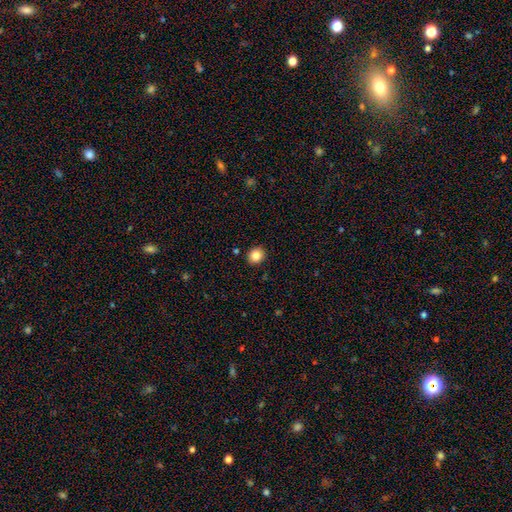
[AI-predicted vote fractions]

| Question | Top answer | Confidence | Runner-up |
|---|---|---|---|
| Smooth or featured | smooth | 85% | star or artifact (10%) |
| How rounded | round | 77% | in between (22%) |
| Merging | none | 91% | minor disturbance (6%) |